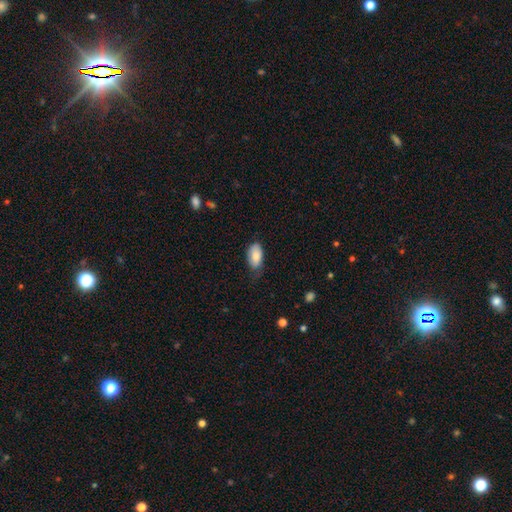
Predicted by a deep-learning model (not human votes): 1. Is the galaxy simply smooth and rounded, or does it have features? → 83% smooth, 10% featured or disk, 7% star or artifact.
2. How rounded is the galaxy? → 94% in between, 4% round, 3% cigar-shaped.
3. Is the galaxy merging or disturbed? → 55% none, 35% minor disturbance, 8% major disturbance, 1% merger.